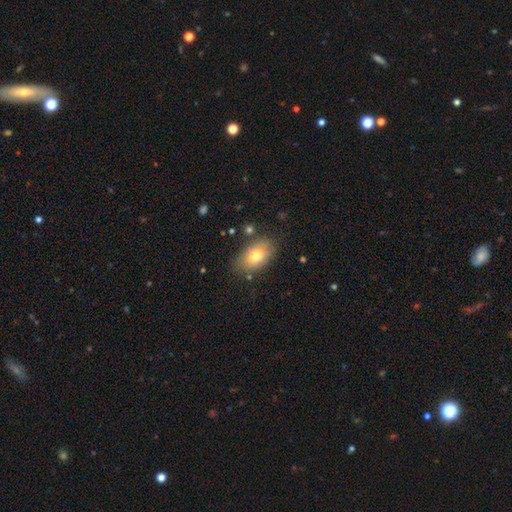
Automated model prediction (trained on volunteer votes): Overall: smooth (75%). How rounded: in between (89%). Merging: none (77%).